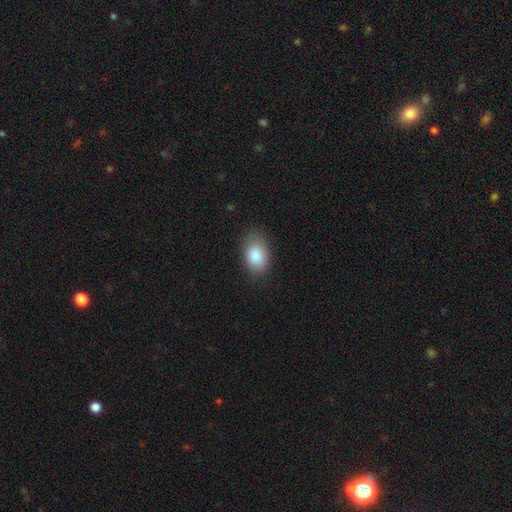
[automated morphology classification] Smooth or featured?
  - smooth: 88% *
  - star or artifact: 7%
  - featured or disk: 6%
How rounded?
  - in between: 87% *
  - round: 11%
  - cigar-shaped: 1%
Merging?
  - none: 81% *
  - minor disturbance: 15%
  - major disturbance: 4%
  - merger: 1%